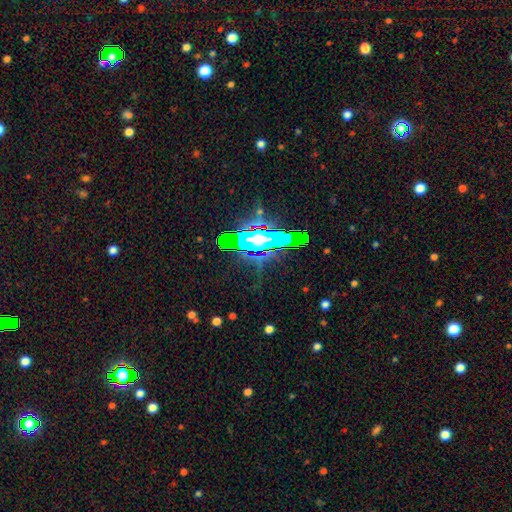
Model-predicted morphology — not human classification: A star or artifact, not a galaxy (55%).

Vote fractions:
- Smooth or featured? star or artifact: 55% / featured or disk: 29% / smooth: 16%